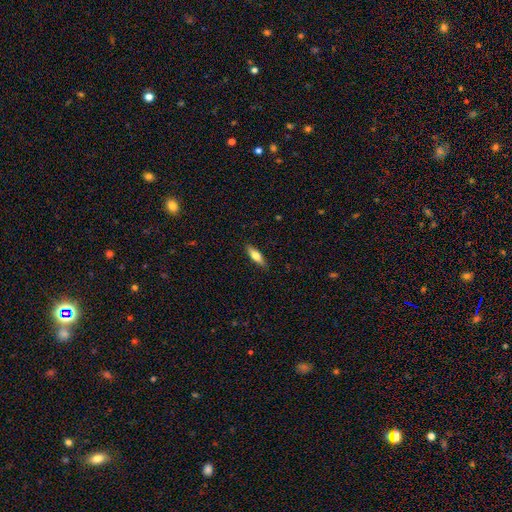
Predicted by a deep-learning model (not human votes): smooth 63%, featured or disk 31%, star or artifact 6%. Down the decision tree: how rounded — cigar-shaped (51%); merging — none (87%).